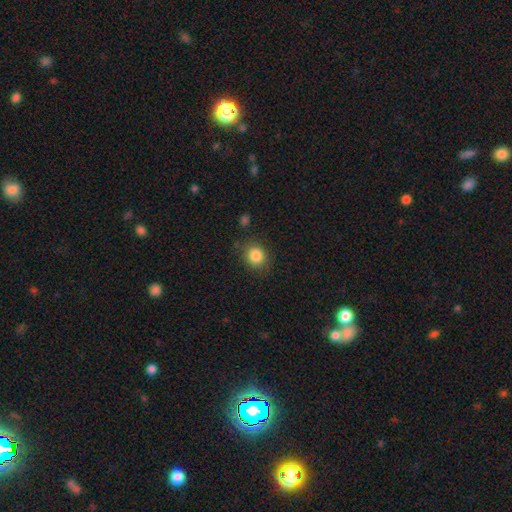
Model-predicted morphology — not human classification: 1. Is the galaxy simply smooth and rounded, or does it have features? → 85% smooth, 10% star or artifact, 5% featured or disk.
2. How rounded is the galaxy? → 79% round, 20% in between, 1% cigar-shaped.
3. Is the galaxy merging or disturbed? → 83% none, 11% minor disturbance, 4% major disturbance, 2% merger.